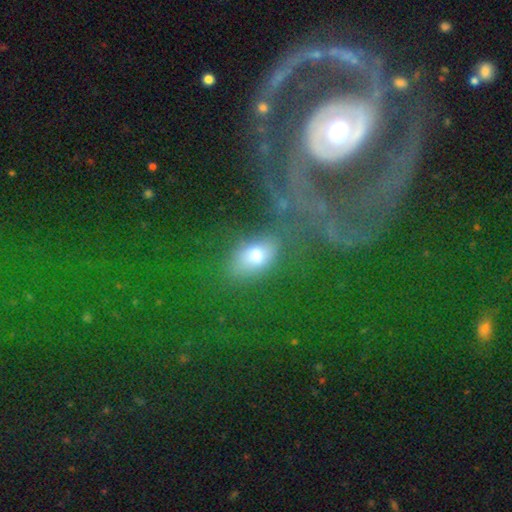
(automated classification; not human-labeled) Smooth or featured? Predicted: smooth (p=0.68). How rounded? Predicted: in between (p=0.76). Merging? Predicted: none (p=0.64).